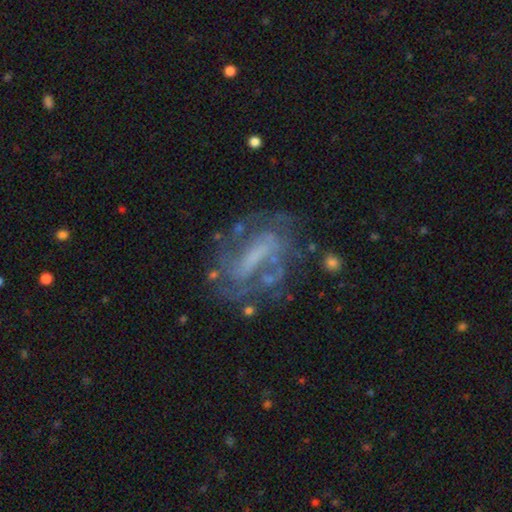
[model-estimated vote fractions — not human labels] Overall: featured or disk (76%). Edge-on disk: no (93%). Bar: strong (45%; weak 34%). Spiral arms: yes (75%). Spiral arm count: 2 (40%; can't tell 39%). Spiral winding: tight (45%; medium 38%). Bulge size: none (46%; small 26%). Merging: none (60%).